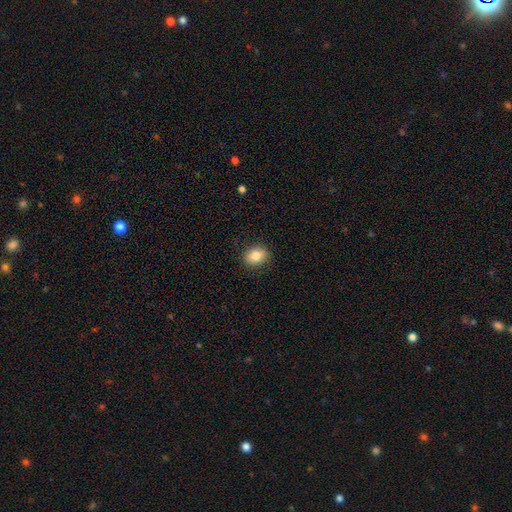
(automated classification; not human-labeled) Smooth or featured? smooth (82%)
How rounded? round (56%)
Merging? none (87%)